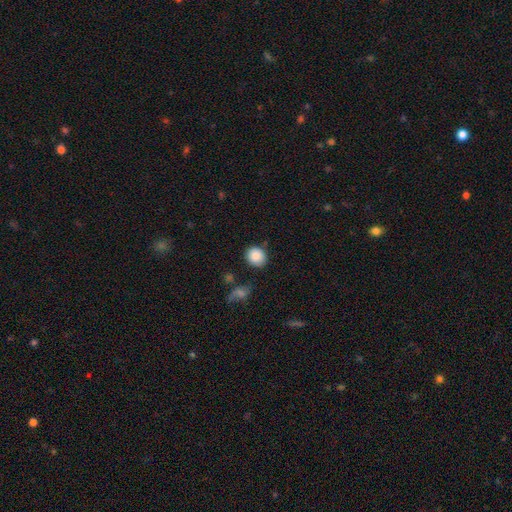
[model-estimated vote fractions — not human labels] The model was most divided on "how rounded": round: 79%, in between: 20%, cigar-shaped: 1%. More confident: smooth or featured — smooth (87%); merging — none (79%).